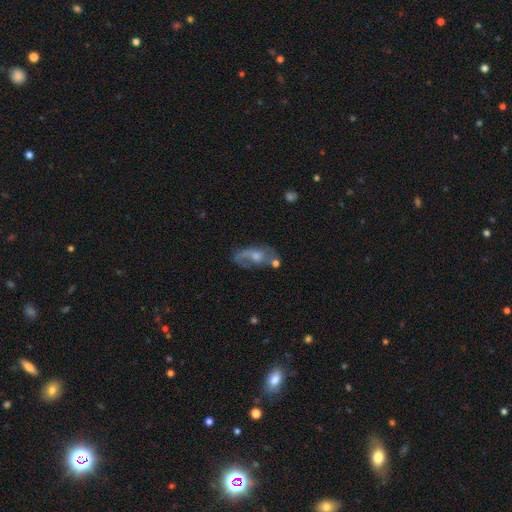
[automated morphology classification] The model was most divided on "bulge size": moderate: 50%, small: 33%, none: 8%, large: 7%, dominant: 2%. More confident: edge-on disk — no (91%); spiral arms — yes (75%); bar — no (67%); smooth or featured — featured or disk (65%); merging — none (51%).